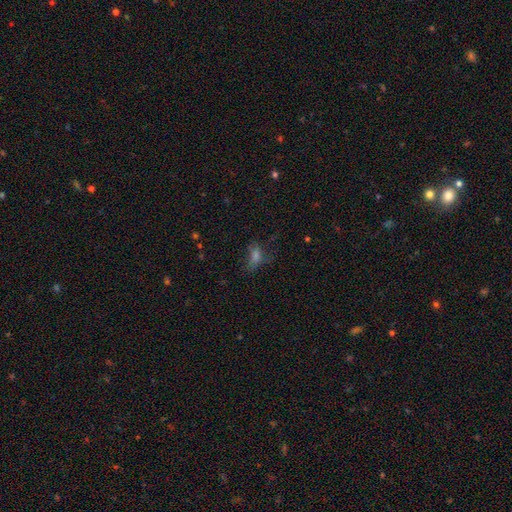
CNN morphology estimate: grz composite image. It shows a smooth galaxy with no disk features (52%) that is in between round and cigar-shaped (71%). Merging: none (49%).